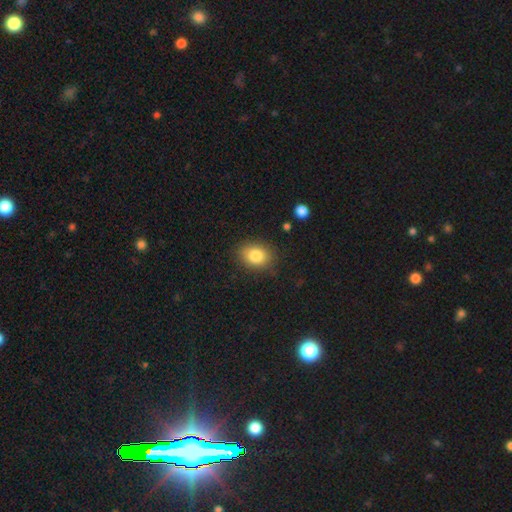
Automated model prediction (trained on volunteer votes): Smooth or featured? Predicted: smooth (p=0.83). How rounded? Predicted: in between (p=0.62). Merging? Predicted: none (p=0.84).